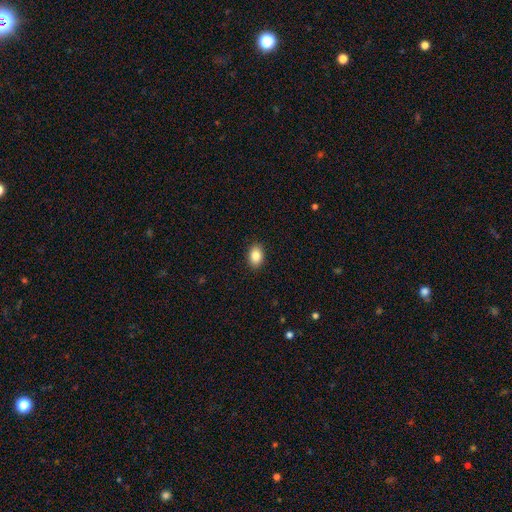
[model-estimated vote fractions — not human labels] A smooth galaxy with no disk features (86%) that is in between round and cigar-shaped (83%).

Vote fractions:
- Smooth or featured? smooth: 86% / star or artifact: 8% / featured or disk: 6%
- How rounded? in between: 83% / round: 16% / cigar-shaped: 1%
- Merging? none: 90% / minor disturbance: 7% / major disturbance: 2% / merger: 1%